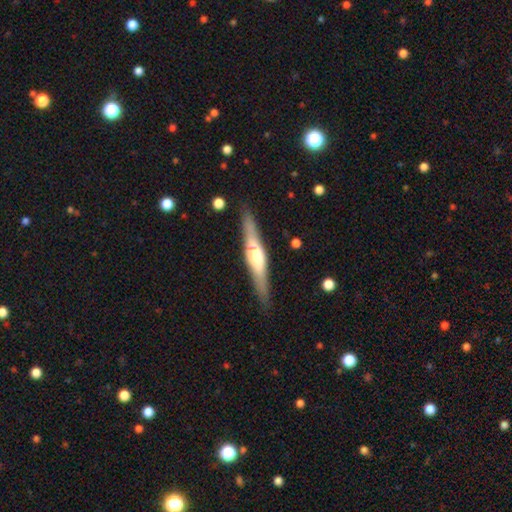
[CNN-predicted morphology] smooth-or-featured: featured or disk: 66% | smooth: 28% | star or artifact: 5%
  disk-edge-on: yes: 94% | no: 6%
    edge-on-bulge: rounded: 87% | boxy: 9% | none: 4%
  merging: none: 85% | minor disturbance: 11% | major disturbance: 2% | merger: 2%